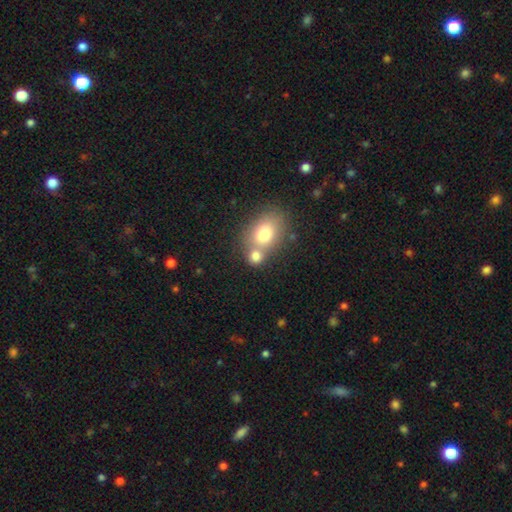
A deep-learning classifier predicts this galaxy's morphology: smooth 77%, featured or disk 13%, star or artifact 10%. Down the decision tree: how rounded — round (53%); merging — merger (50%).